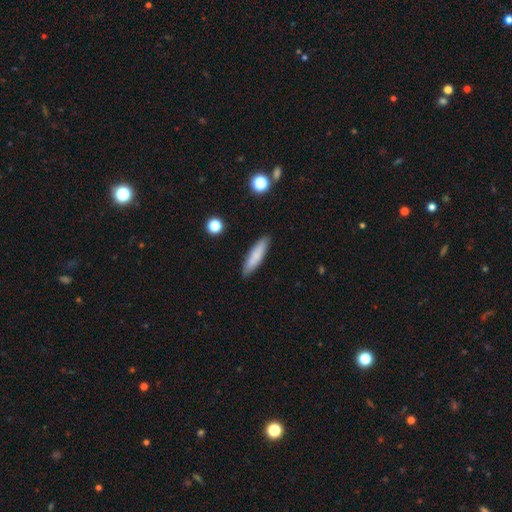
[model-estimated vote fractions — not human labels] Smooth or featured?
  - smooth: 81% *
  - featured or disk: 13%
  - star or artifact: 7%
How rounded?
  - cigar-shaped: 79% *
  - in between: 20%
  - round: 2%
Merging?
  - none: 88% *
  - minor disturbance: 8%
  - major disturbance: 2%
  - merger: 1%